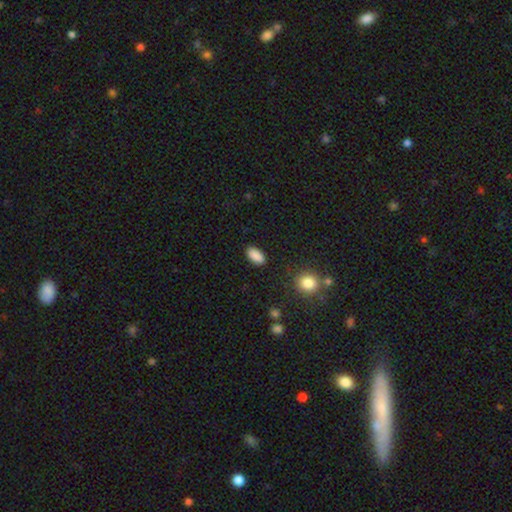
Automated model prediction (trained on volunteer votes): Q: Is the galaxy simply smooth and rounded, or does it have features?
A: smooth — 89%.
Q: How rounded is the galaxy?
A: in between — 91%.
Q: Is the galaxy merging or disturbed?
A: none — 88%.